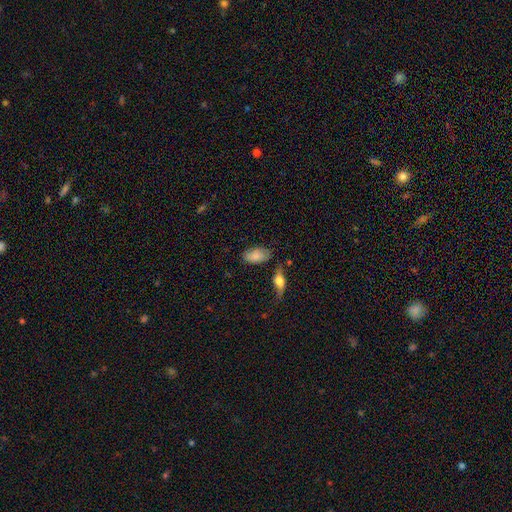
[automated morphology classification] Smooth or featured: smooth — 80% (featured or disk — 13%)
How rounded: in between — 92% (round — 4%)
Merging: none — 70% (minor disturbance — 19%)